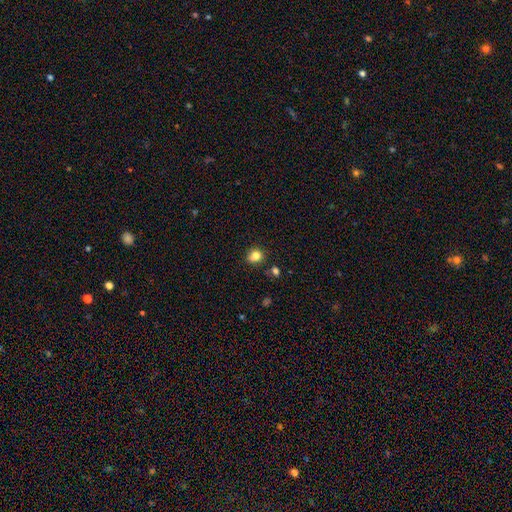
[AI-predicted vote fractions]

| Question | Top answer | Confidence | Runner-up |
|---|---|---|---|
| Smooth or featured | smooth | 82% | star or artifact (12%) |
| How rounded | round | 65% | in between (34%) |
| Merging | none | 76% | minor disturbance (15%) |